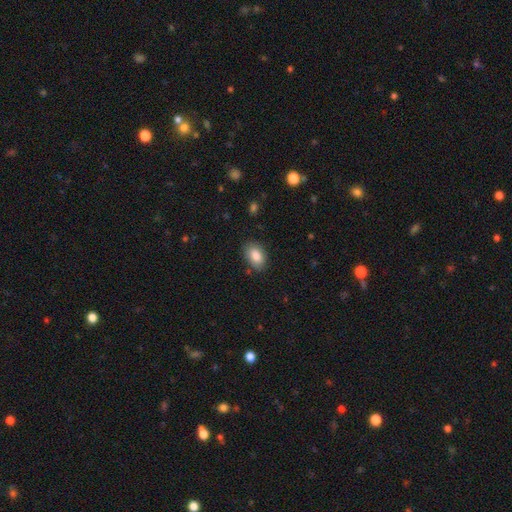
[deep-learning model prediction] A smooth galaxy with no disk features (86%) that is in between round and cigar-shaped (90%). Merging: none (83%).